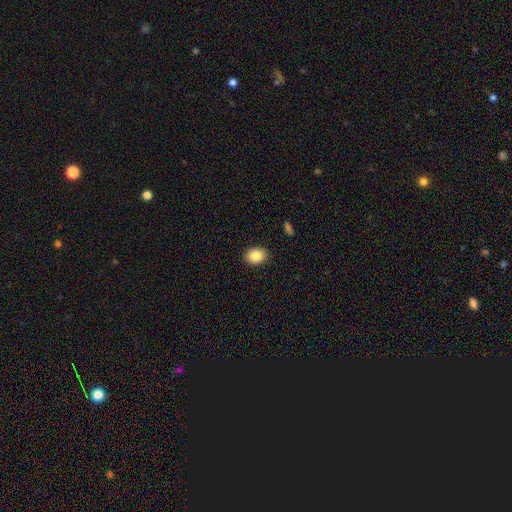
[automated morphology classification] smooth-or-featured: smooth: 86% | star or artifact: 8% | featured or disk: 6%
  how-rounded: in between: 58% | round: 41% | cigar-shaped: 1%
  merging: none: 90% | minor disturbance: 7% | major disturbance: 2% | merger: 1%